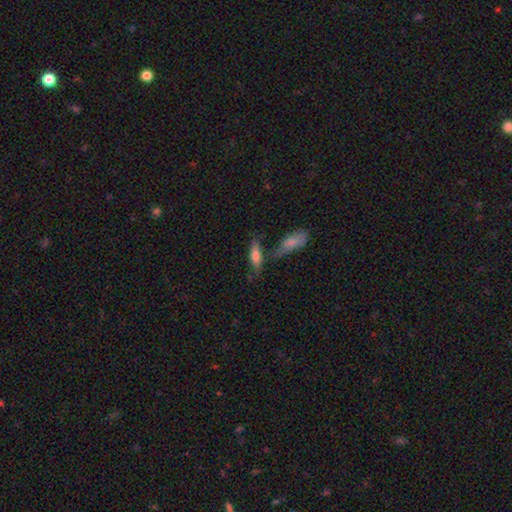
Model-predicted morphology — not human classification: A smooth galaxy with no disk features (72%) that is in between round and cigar-shaped (55%). Merging: none (55%).